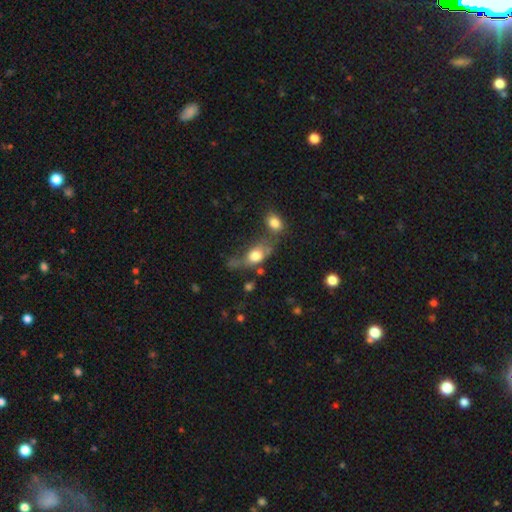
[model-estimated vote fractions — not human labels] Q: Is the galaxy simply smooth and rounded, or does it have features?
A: smooth — 73%.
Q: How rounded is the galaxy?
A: in between — 72%.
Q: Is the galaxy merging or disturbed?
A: none — 31%.